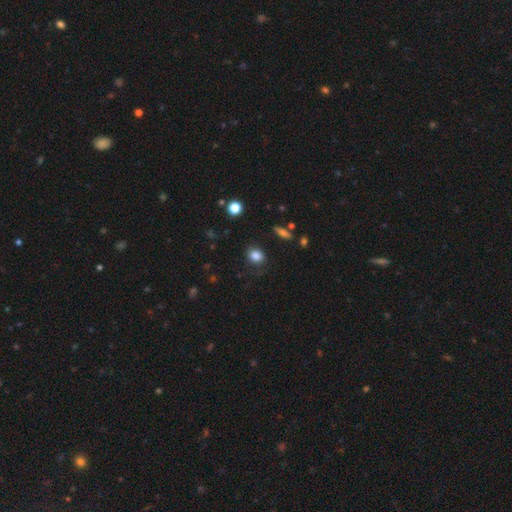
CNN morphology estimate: smooth_or_featured: smooth (p=0.84) [alt: star or artifact p=0.10]
how_rounded: round (p=0.59) [alt: in between p=0.39]
merging: none (p=0.80) [alt: minor disturbance p=0.14]